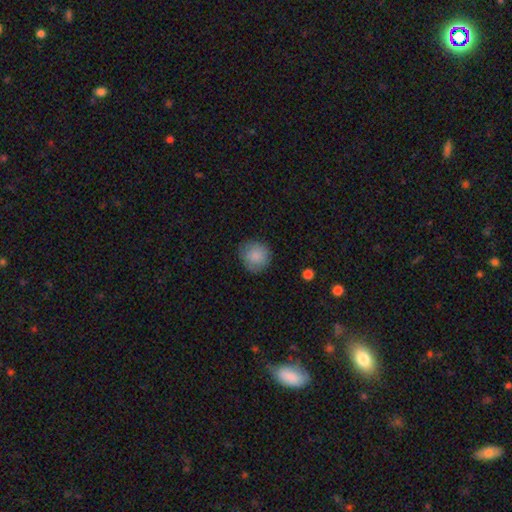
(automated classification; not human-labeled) This appears to be a smooth galaxy with no disk features (85%) that is round (88%). Merging: none (81%).